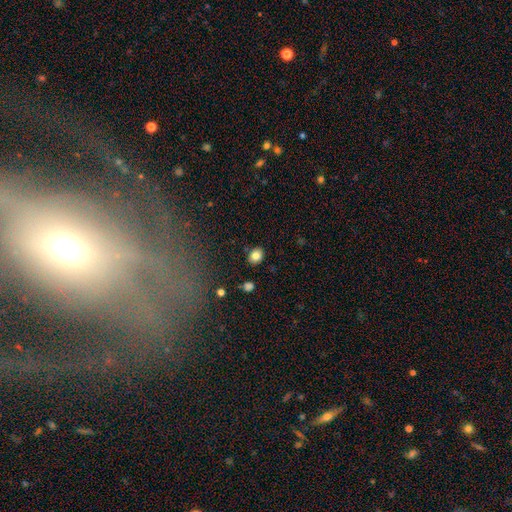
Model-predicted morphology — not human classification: This appears to be a smooth galaxy with no disk features (82%) that is round (54%). Merging: none (86%).